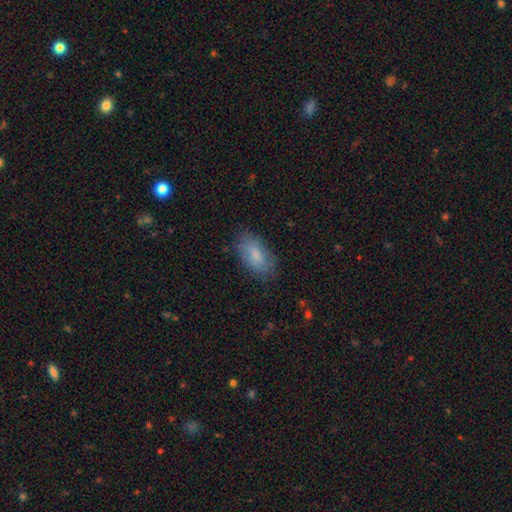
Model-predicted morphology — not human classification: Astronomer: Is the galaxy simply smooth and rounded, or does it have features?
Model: smooth — 81%.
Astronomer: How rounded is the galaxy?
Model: in between — 93%.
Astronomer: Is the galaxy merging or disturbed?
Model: none — 77%.